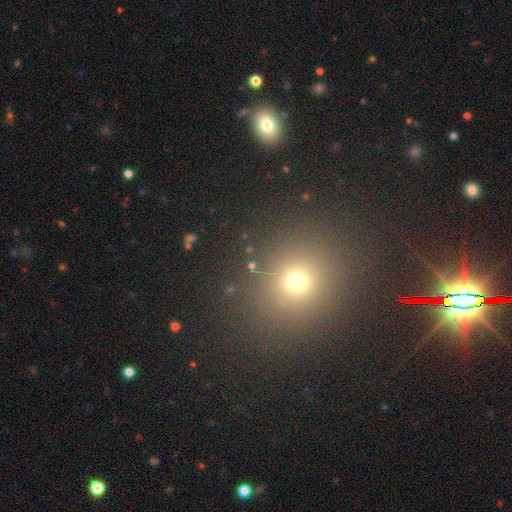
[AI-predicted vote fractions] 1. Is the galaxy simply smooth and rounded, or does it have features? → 50% smooth, 41% star or artifact, 8% featured or disk.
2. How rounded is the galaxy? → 80% round, 18% in between, 1% cigar-shaped.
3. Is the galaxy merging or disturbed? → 88% none, 6% minor disturbance, 3% major disturbance, 2% merger.